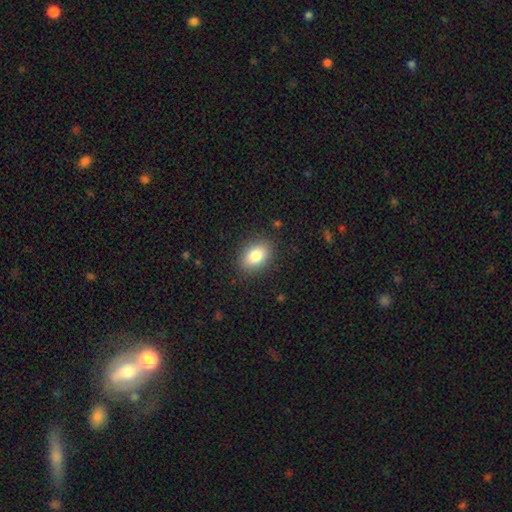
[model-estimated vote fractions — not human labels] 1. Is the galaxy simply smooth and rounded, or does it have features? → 83% smooth, 9% featured or disk, 8% star or artifact.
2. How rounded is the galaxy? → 78% in between, 21% round, 1% cigar-shaped.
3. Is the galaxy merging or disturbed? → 87% none, 9% minor disturbance, 3% major disturbance, 1% merger.